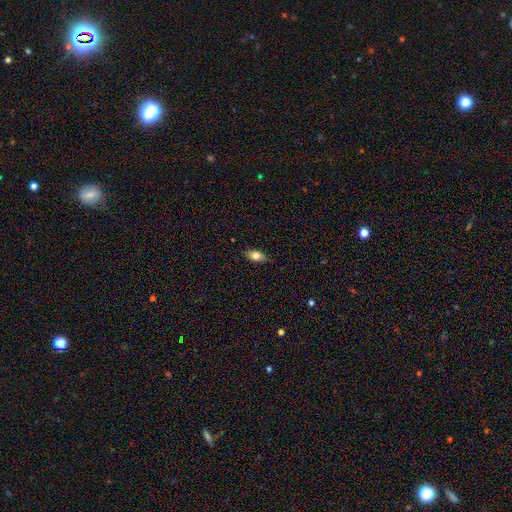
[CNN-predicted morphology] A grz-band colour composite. It shows a smooth galaxy with no disk features (77%) that is in between round and cigar-shaped (86%). Merging: none (84%).